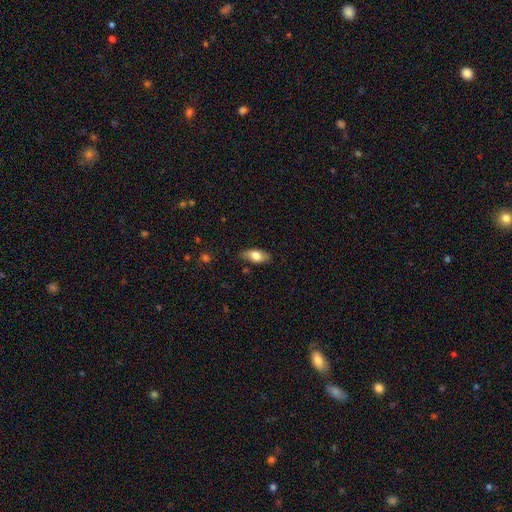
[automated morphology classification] The model was most divided on "smooth or featured": smooth: 73%, featured or disk: 20%, star or artifact: 7%. More confident: how rounded — in between (85%); merging — none (80%).